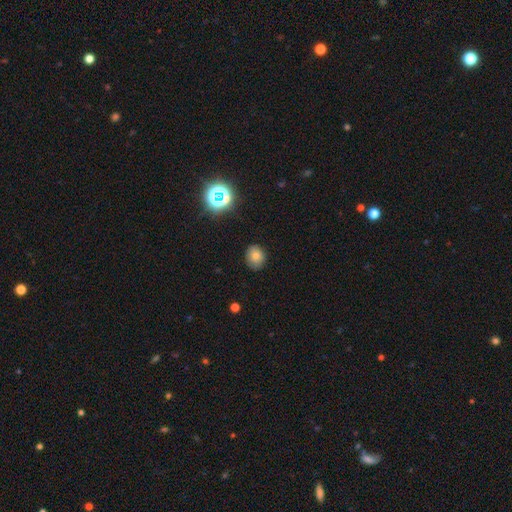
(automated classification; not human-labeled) smooth-or-featured: smooth: 76% | star or artifact: 15% | featured or disk: 9%
  how-rounded: round: 63% | in between: 36% | cigar-shaped: 1%
  merging: none: 82% | minor disturbance: 14% | major disturbance: 3% | merger: 1%